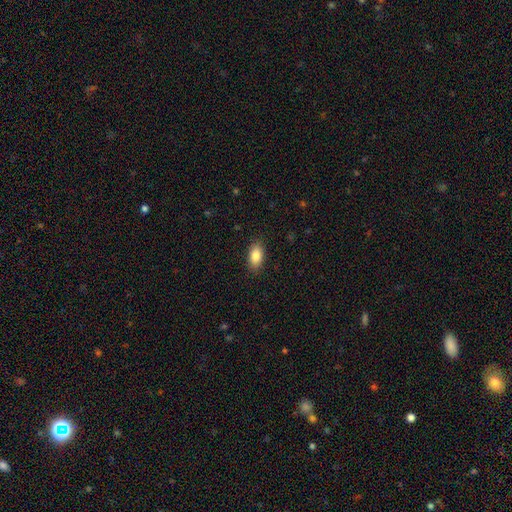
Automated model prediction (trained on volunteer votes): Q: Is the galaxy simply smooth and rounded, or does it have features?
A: smooth — 87%.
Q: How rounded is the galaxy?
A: in between — 92%.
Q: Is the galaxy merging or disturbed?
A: none — 88%.